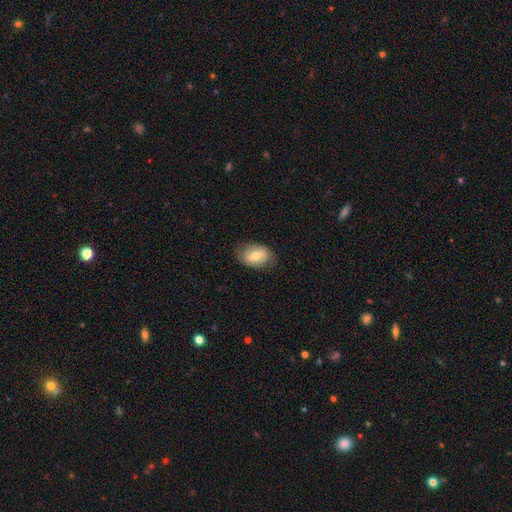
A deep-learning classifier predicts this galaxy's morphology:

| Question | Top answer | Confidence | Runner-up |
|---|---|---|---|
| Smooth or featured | smooth | 62% | featured or disk (31%) |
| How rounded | in between | 81% | round (18%) |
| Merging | none | 76% | minor disturbance (19%) |